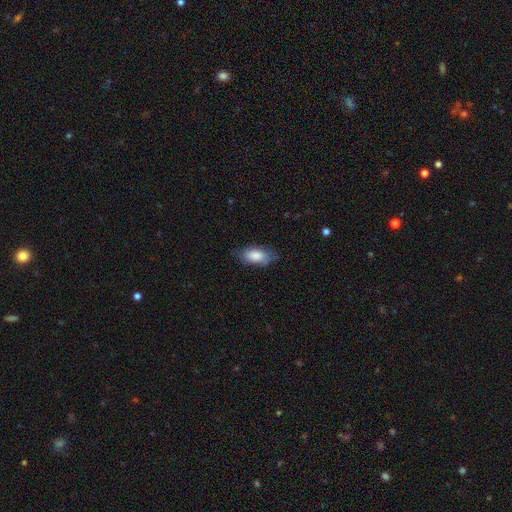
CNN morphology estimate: Smooth or featured: smooth — 82% (featured or disk — 12%)
How rounded: in between — 91% (cigar-shaped — 6%)
Merging: none — 72% (minor disturbance — 22%)